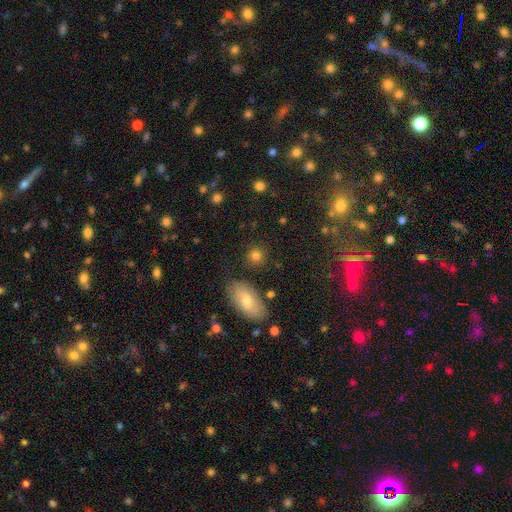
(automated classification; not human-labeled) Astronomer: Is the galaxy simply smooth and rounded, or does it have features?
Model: smooth — 81%.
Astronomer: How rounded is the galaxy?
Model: round — 84%.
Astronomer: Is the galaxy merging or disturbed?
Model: none — 85%.